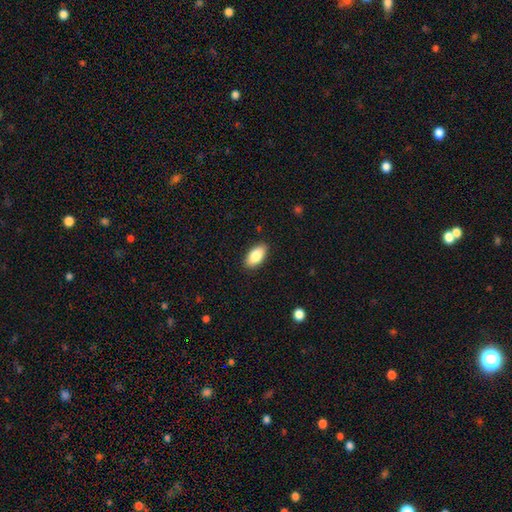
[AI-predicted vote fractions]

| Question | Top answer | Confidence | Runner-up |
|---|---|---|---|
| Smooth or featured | smooth | 84% | featured or disk (9%) |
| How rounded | in between | 92% | cigar-shaped (5%) |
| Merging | none | 89% | minor disturbance (8%) |